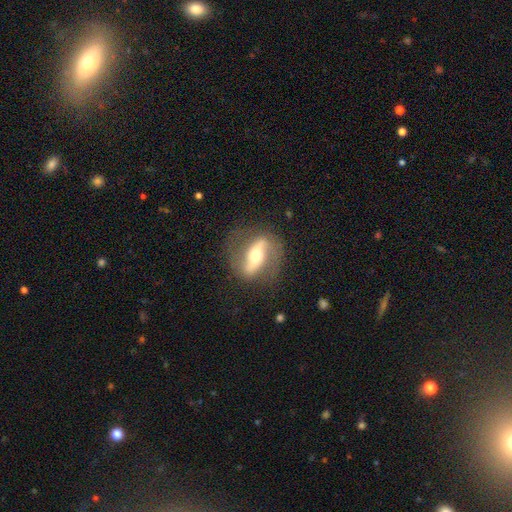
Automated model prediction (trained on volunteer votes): A featured or disk galaxy (81%) with a strong bar (59%), 2 (90%) loose (53%) spiral arms (84%) and a moderate central bulge (64%). Merging: none (78%).